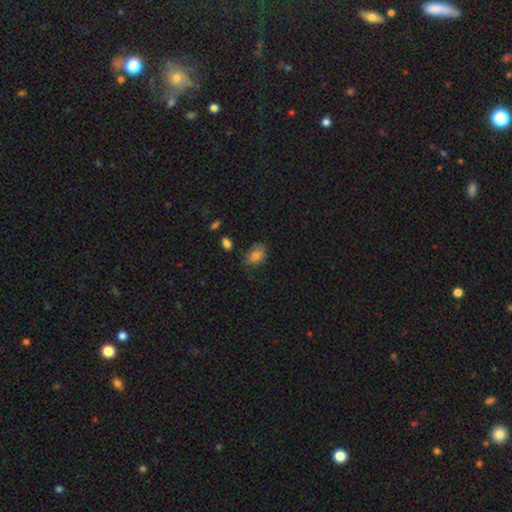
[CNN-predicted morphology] Smooth or featured: smooth — 82% (star or artifact — 10%)
How rounded: in between — 81% (round — 18%)
Merging: none — 65% (minor disturbance — 26%)